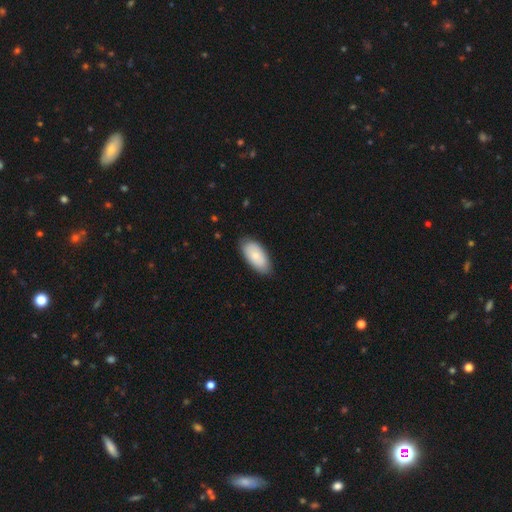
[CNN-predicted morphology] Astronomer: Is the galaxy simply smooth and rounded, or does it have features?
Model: smooth — 76%.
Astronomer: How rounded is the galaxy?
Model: in between — 94%.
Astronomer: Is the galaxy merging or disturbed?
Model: none — 82%.